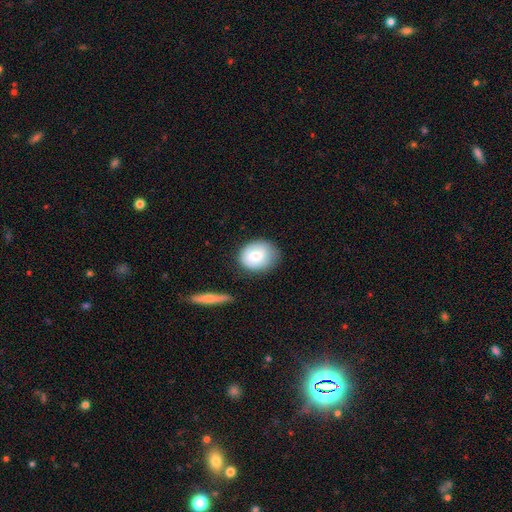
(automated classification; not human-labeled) A smooth galaxy with no disk features (72%) that is round (62%). Merging: none (71%).